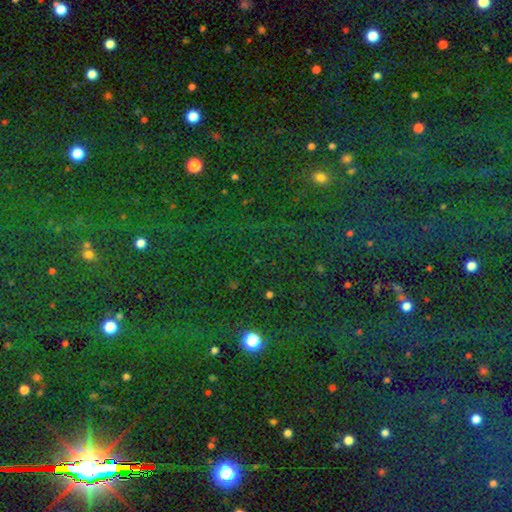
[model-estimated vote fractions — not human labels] Q: Smooth or featured?
A: star or artifact (79%); runner-up: smooth (13%)